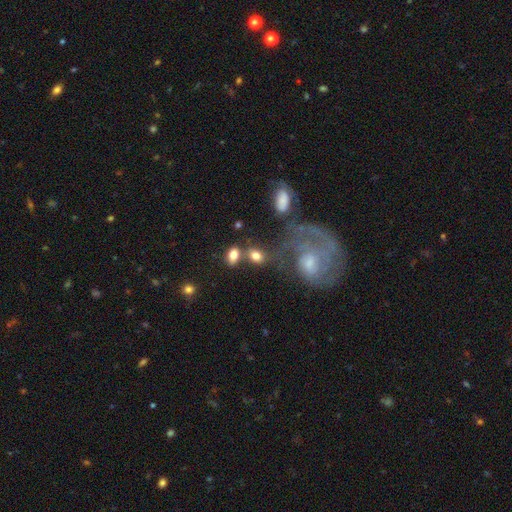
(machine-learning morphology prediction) Q: Smooth or featured?
A: smooth (74%); runner-up: featured or disk (16%)
Q: How rounded?
A: in between (81%); runner-up: round (17%)
Q: Merging?
A: none (48%); runner-up: merger (27%)